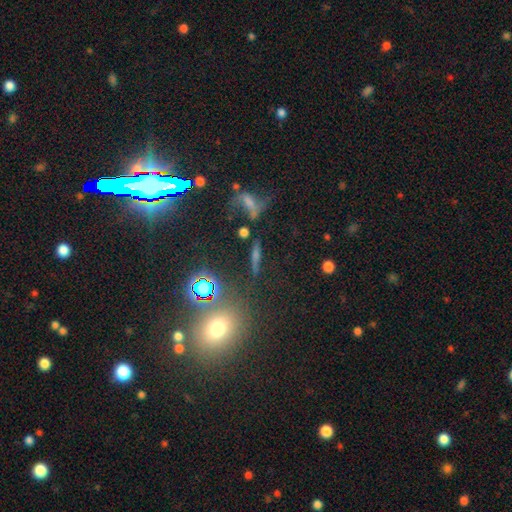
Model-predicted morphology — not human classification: type=star or artifact (56%).